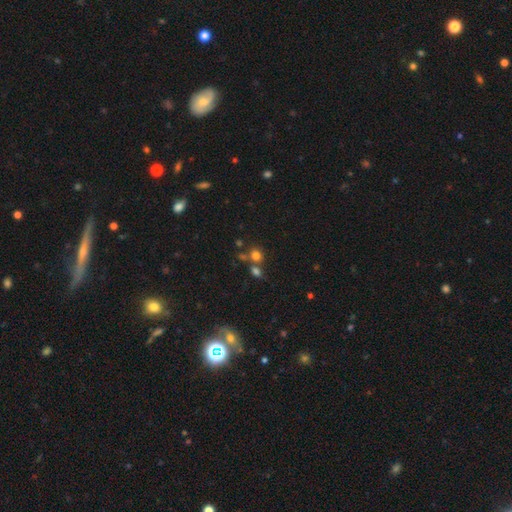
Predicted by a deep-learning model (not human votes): Morphology: type=smooth (73%); roundness=round (77%); merging=none (56%).